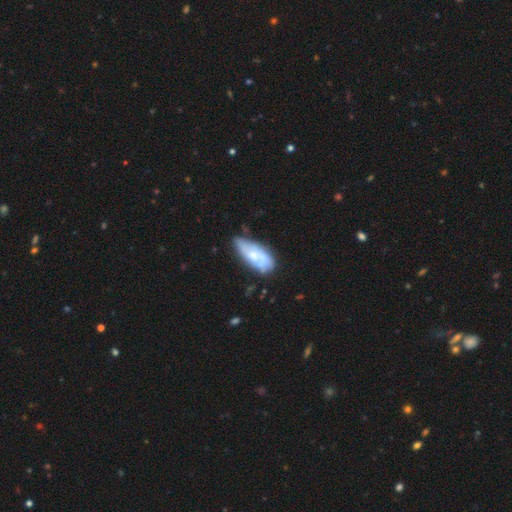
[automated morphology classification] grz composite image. It shows a featured or disk galaxy (47%, tied with smooth). Merging: none (52%).